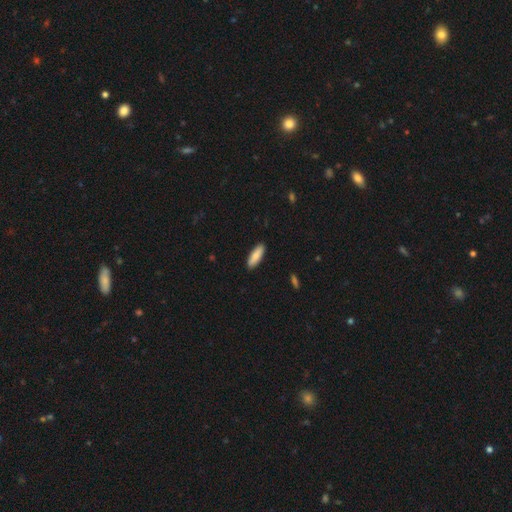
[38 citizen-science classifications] A smooth galaxy with no disk features (74%) that is in between round and cigar-shaped (57%). Merging: none (92%).